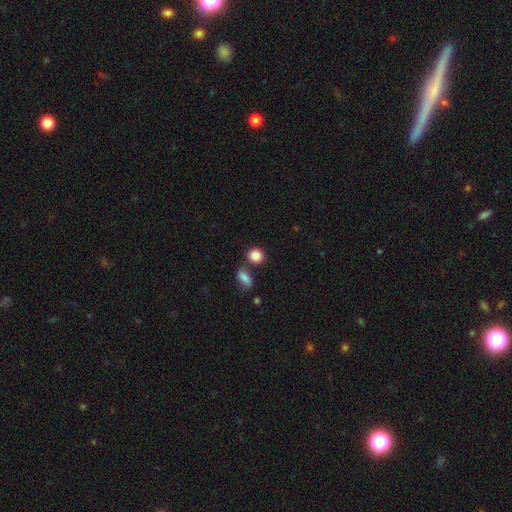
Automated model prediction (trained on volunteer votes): Q: Smooth or featured?
A: smooth (86%); runner-up: star or artifact (9%)
Q: How rounded?
A: round (75%); runner-up: in between (23%)
Q: Merging?
A: none (67%); runner-up: merger (18%)